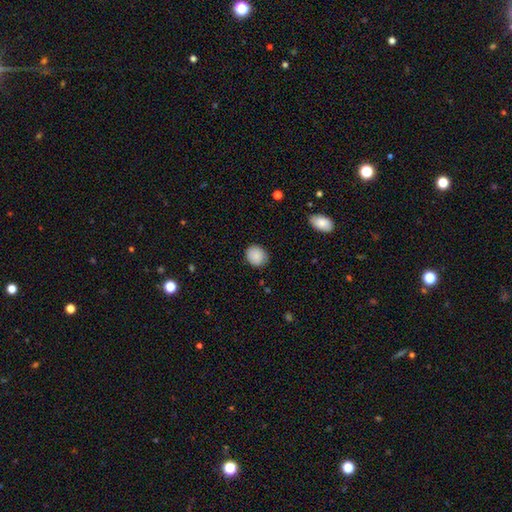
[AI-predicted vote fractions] Smooth or featured: smooth — 88% (star or artifact — 8%)
How rounded: round — 71% (in between — 28%)
Merging: none — 84% (minor disturbance — 13%)